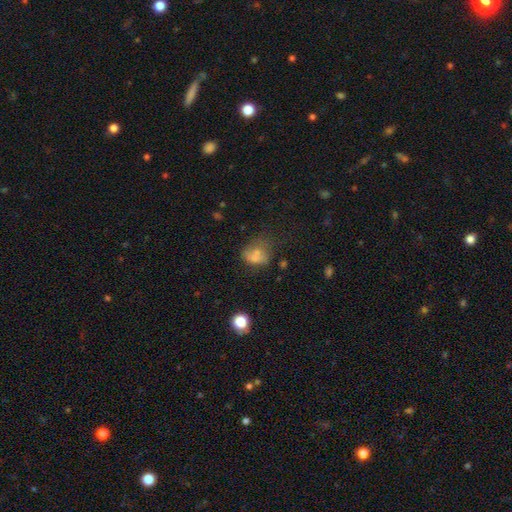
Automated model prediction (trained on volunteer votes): Smooth or featured: smooth — 64% (featured or disk — 21%)
How rounded: in between — 56% (round — 43%)
Merging: none — 32% (merger — 26%)